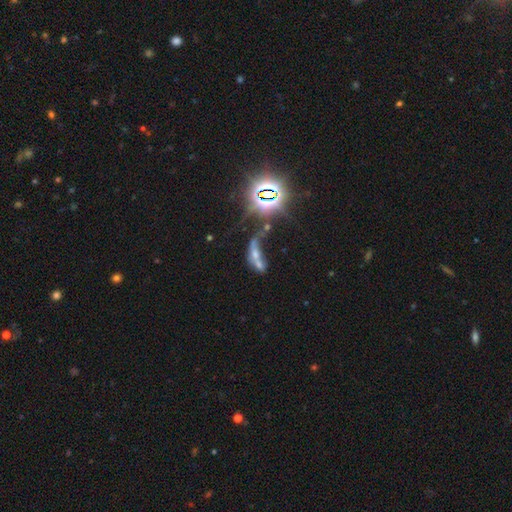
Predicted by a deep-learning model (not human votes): Smooth or featured?
  - featured or disk: 41% *
  - smooth: 30%
  - star or artifact: 29%
Merging?
  - merger: 54% *
  - major disturbance: 21%
  - none: 16%
  - minor disturbance: 9%